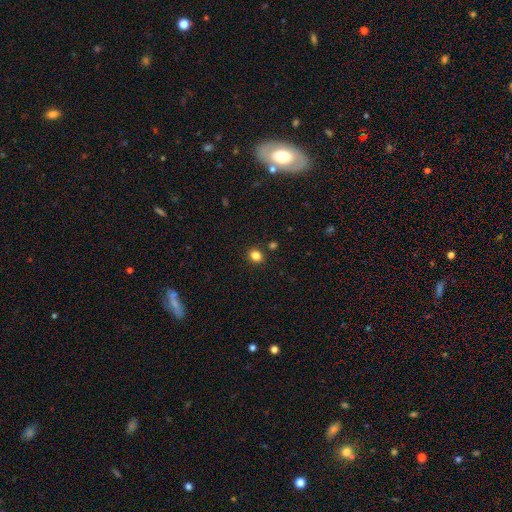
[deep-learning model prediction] smooth-or-featured: smooth: 83% | star or artifact: 13% | featured or disk: 5%
  how-rounded: round: 59% | in between: 40% | cigar-shaped: 1%
  merging: none: 87% | minor disturbance: 8% | merger: 3% | major disturbance: 2%